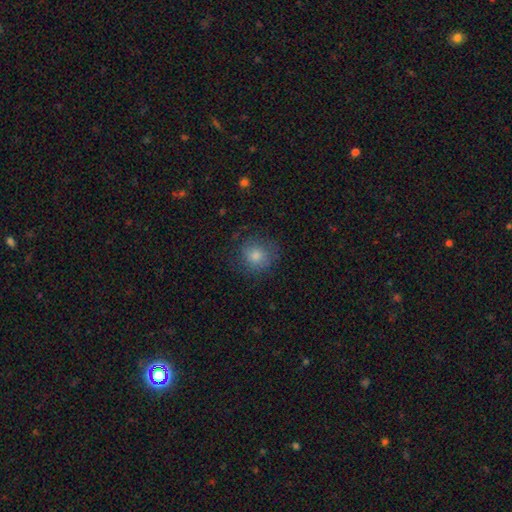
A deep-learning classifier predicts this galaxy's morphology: Smooth or featured? smooth (75%)
How rounded? round (87%)
Merging? none (79%)